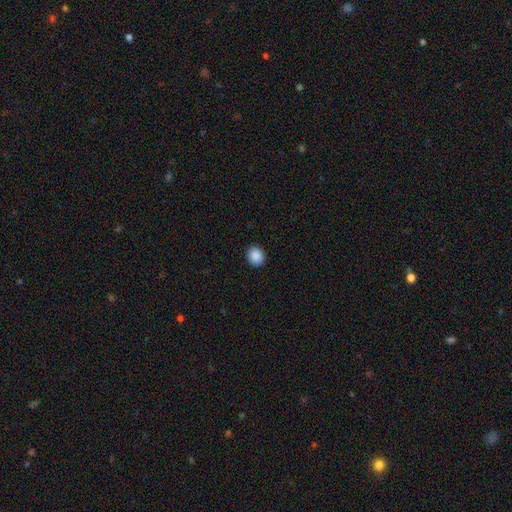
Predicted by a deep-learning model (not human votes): Q: Smooth or featured?
A: smooth (89%); runner-up: star or artifact (8%)
Q: How rounded?
A: round (70%); runner-up: in between (29%)
Q: Merging?
A: none (91%); runner-up: minor disturbance (6%)